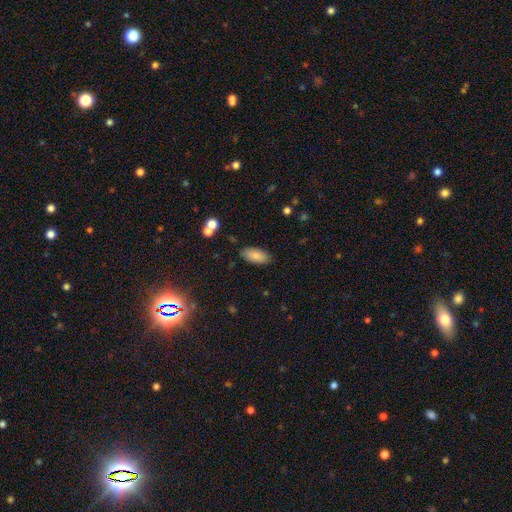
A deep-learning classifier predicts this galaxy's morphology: This is clearly a smooth galaxy (84%). How rounded: clearly in between (89%). Merging: clearly none (85%).